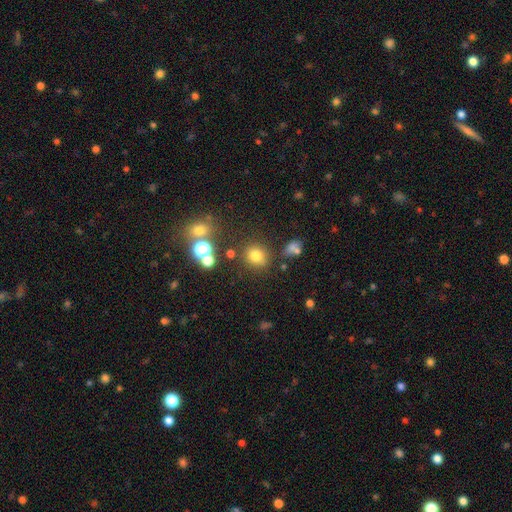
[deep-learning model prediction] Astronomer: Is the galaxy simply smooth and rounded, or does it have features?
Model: smooth — 74%.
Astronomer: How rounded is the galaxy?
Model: round — 79%.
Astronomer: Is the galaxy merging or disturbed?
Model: none — 78%.